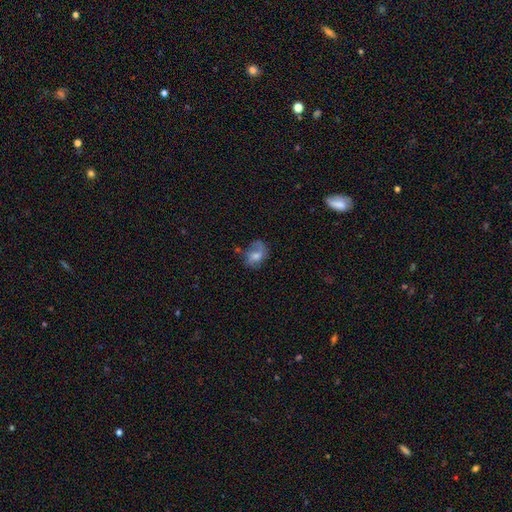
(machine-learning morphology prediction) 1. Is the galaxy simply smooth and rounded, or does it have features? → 48% featured or disk, 40% smooth, 13% star or artifact.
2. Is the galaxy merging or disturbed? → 49% none, 26% minor disturbance, 20% major disturbance, 4% merger.